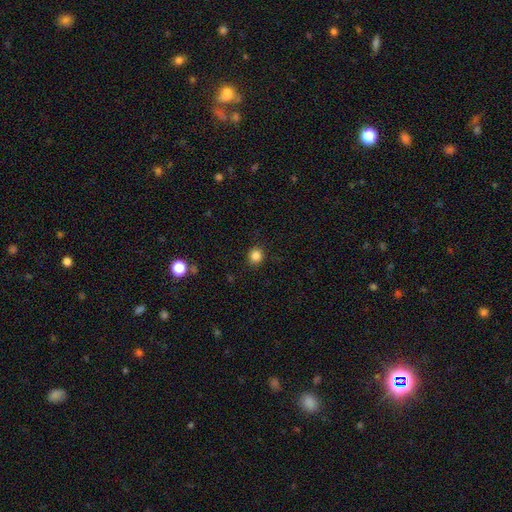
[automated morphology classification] Smooth or featured: smooth — 85% (star or artifact — 11%)
How rounded: round — 87% (in between — 12%)
Merging: none — 90% (minor disturbance — 7%)